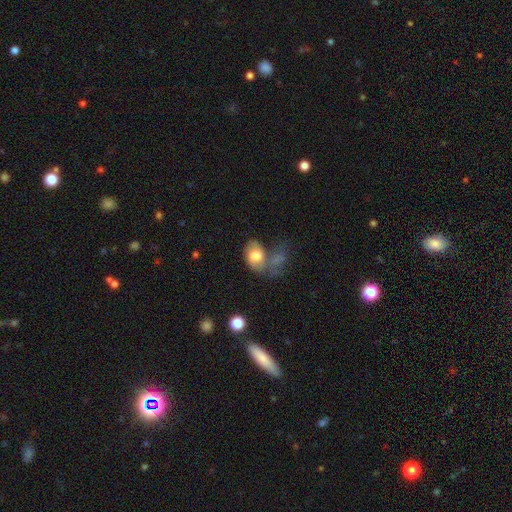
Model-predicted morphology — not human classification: Smooth or featured: smooth — 66% (featured or disk — 26%)
How rounded: in between — 79% (round — 20%)
Merging: merger — 35% (none — 26%)